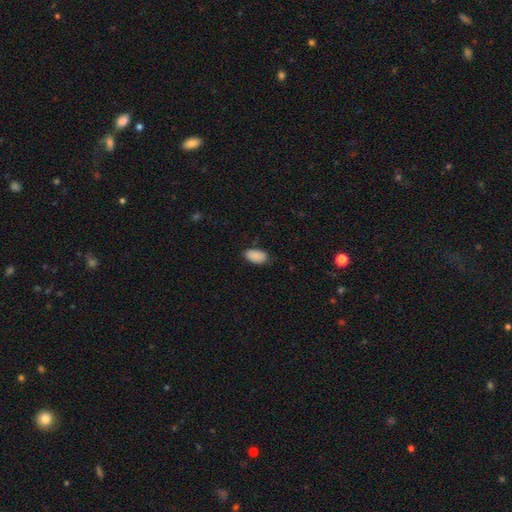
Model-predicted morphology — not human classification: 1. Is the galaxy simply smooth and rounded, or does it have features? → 89% smooth, 7% star or artifact, 4% featured or disk.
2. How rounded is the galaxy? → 94% in between, 4% round, 2% cigar-shaped.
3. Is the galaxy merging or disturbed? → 77% none, 18% minor disturbance, 3% major disturbance, 1% merger.